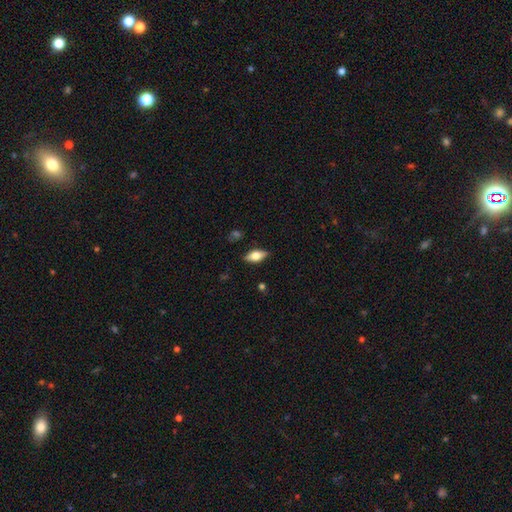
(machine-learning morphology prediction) type=smooth (60%); roundness=in between (83%); merging=none (84%).